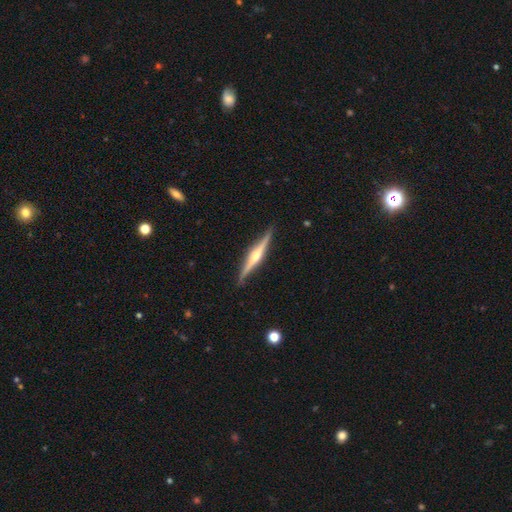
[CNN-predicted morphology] Smooth or featured: featured or disk — 80% (smooth — 15%)
Edge-on disk: yes — 98% (no — 2%)
Edge-on bulge: rounded — 87% (boxy — 7%)
Merging: none — 88% (minor disturbance — 9%)